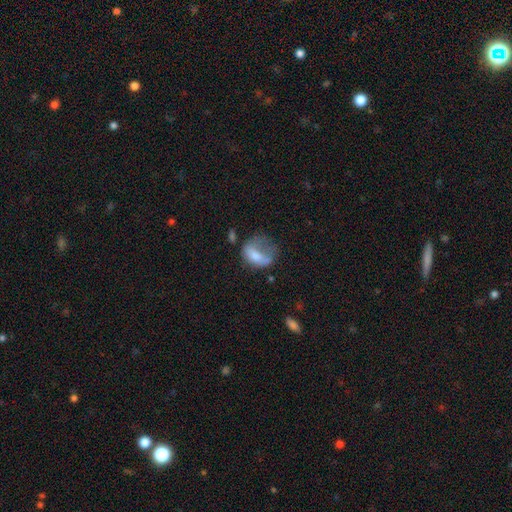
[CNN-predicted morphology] This is likely a smooth galaxy (62%). How rounded: likely in between (63%). Merging: possibly major disturbance (48%).